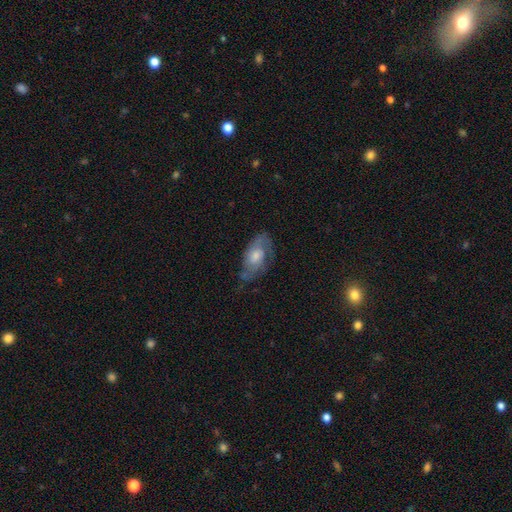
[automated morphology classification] featured or disk 65%, smooth 28%, star or artifact 7%. Down the decision tree: edge-on disk — no (93%); bar — no (66%); spiral arms — yes (87%); spiral arm count — 2 (59%); spiral winding — medium (45%); bulge size — moderate (50%); merging — none (61%).